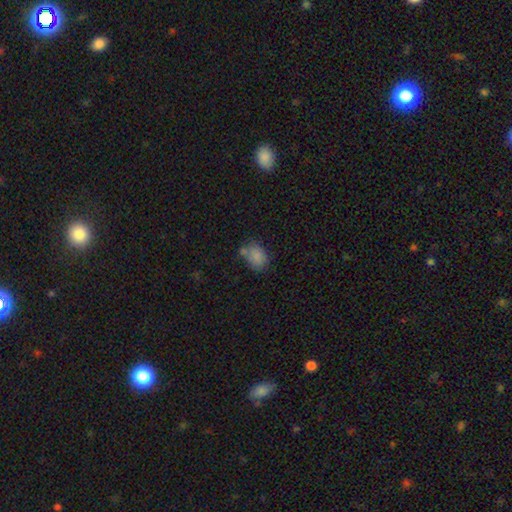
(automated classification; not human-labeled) Q: Smooth or featured?
A: smooth (82%); runner-up: star or artifact (10%)
Q: How rounded?
A: in between (64%); runner-up: round (35%)
Q: Merging?
A: none (54%); runner-up: minor disturbance (20%)